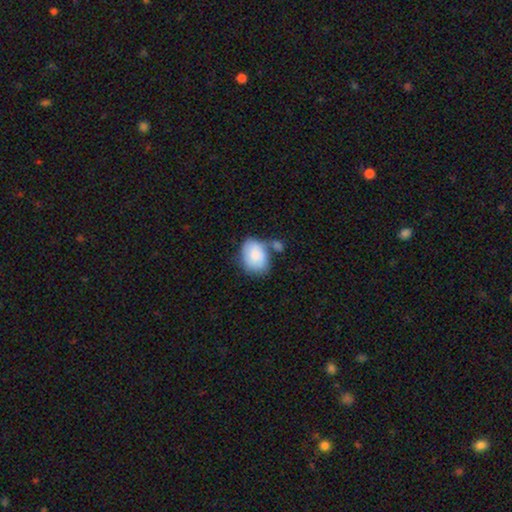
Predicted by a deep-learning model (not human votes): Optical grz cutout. It shows a smooth galaxy with no disk features (83%) that is in between round and cigar-shaped (74%). Merging: none (41%).